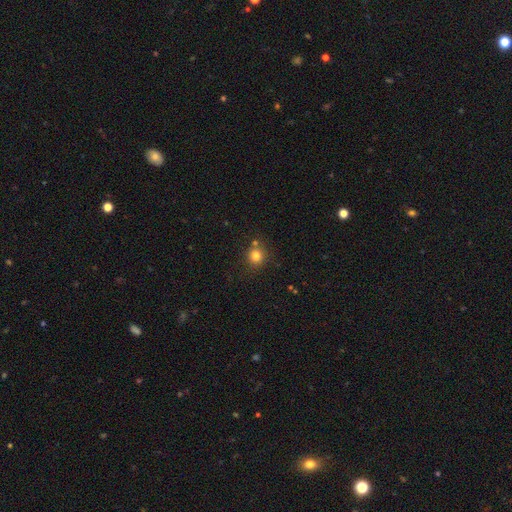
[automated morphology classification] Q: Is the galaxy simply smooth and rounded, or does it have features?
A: smooth — 79%.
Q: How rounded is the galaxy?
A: round — 89%.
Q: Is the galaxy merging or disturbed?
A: none — 77%.